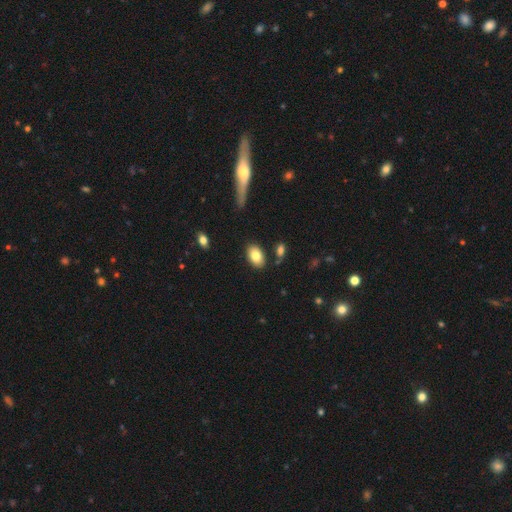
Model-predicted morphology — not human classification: This appears to be a smooth galaxy with no disk features (82%) that is in between round and cigar-shaped (90%). Merging: none (83%).